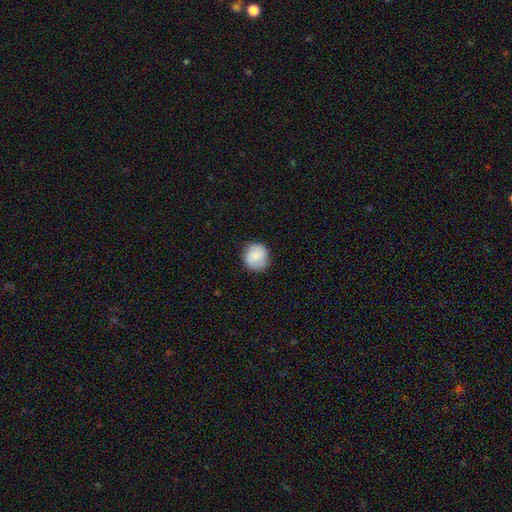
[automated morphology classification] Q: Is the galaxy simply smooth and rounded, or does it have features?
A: smooth — 77%.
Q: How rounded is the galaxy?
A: round — 90%.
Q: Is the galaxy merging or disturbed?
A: none — 83%.